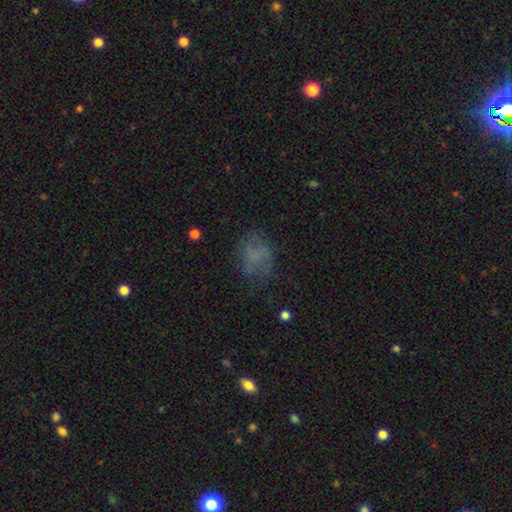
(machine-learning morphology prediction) Smooth or featured?
  - smooth: 58% *
  - featured or disk: 26%
  - star or artifact: 16%
How rounded?
  - in between: 62% *
  - round: 37%
  - cigar-shaped: 1%
Merging?
  - none: 57% *
  - minor disturbance: 23%
  - major disturbance: 17%
  - merger: 2%